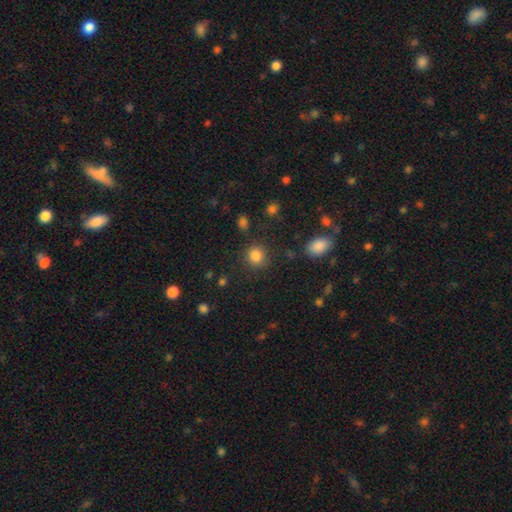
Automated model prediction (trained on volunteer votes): smooth 84%, star or artifact 12%, featured or disk 5%. Down the decision tree: how rounded — round (86%); merging — none (85%).